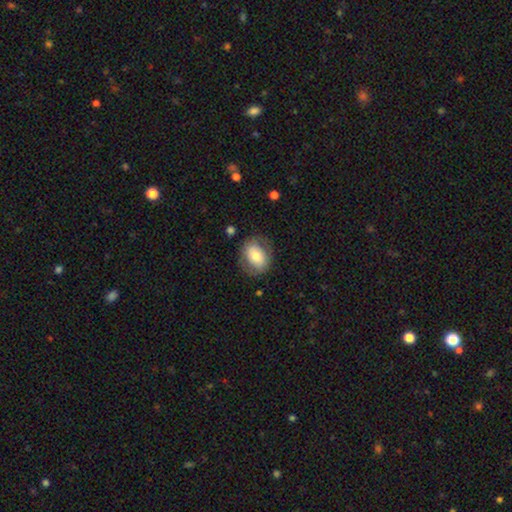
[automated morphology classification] Smooth or featured?
  - smooth: 66% *
  - featured or disk: 27%
  - star or artifact: 7%
How rounded?
  - in between: 67% *
  - round: 32%
  - cigar-shaped: 1%
Merging?
  - none: 76% *
  - minor disturbance: 16%
  - major disturbance: 7%
  - merger: 1%